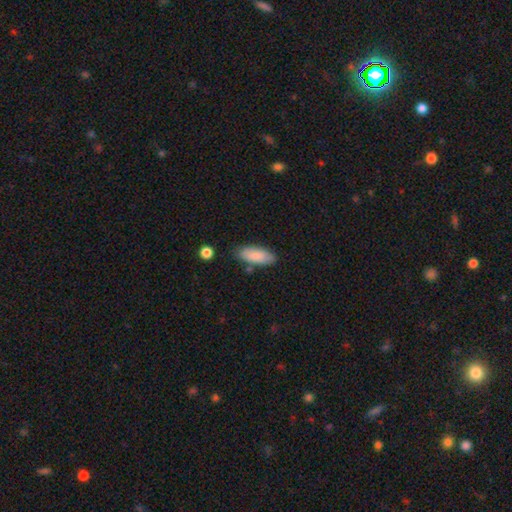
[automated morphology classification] Overall: smooth (86%). How rounded: in between (79%). Merging: none (78%).